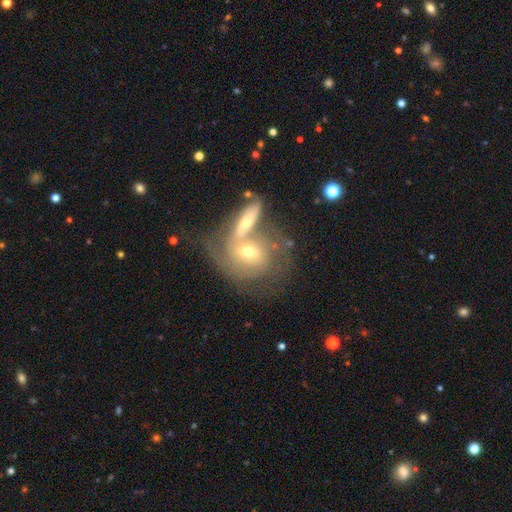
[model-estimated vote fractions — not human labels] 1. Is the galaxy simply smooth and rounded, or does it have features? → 65% featured or disk, 27% smooth, 8% star or artifact.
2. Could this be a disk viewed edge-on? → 90% no, 10% yes.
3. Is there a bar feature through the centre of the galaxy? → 60% no, 30% weak, 10% strong.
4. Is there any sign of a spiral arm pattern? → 75% yes, 25% no.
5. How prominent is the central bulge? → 55% moderate, 39% small, 3% large, 1% none, 1% dominant.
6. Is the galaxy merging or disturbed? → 61% merger, 24% none, 9% minor disturbance, 6% major disturbance.